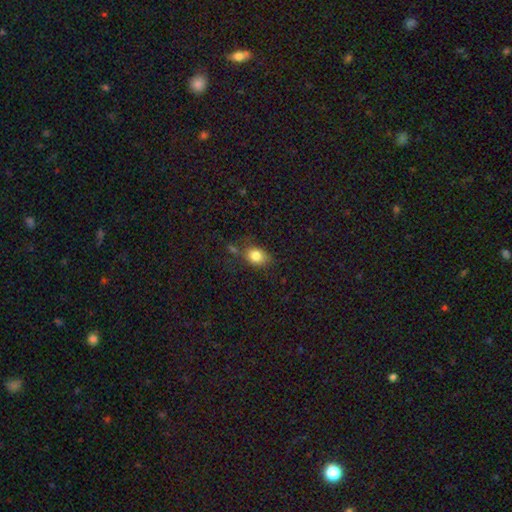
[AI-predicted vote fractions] This is clearly a smooth galaxy (82%). How rounded: possibly in between (59%). Merging: likely none (62%).